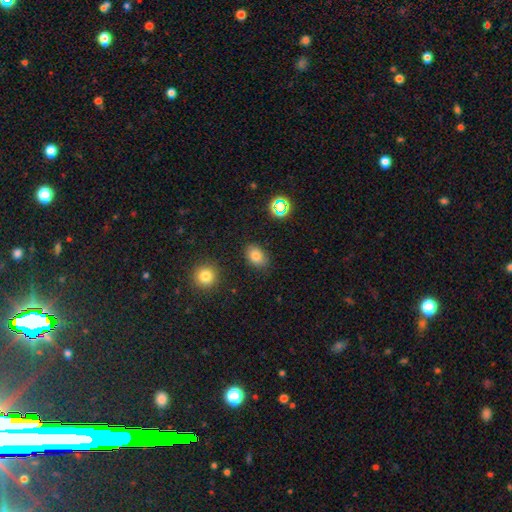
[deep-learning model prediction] smooth-or-featured: smooth: 78% | star or artifact: 13% | featured or disk: 8%
  how-rounded: in between: 78% | round: 20% | cigar-shaped: 1%
  merging: none: 83% | minor disturbance: 12% | major disturbance: 3% | merger: 2%